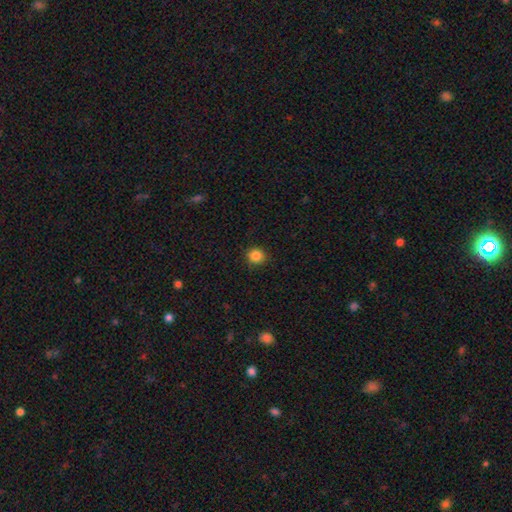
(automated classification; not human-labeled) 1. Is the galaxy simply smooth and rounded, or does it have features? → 85% smooth, 11% star or artifact, 4% featured or disk.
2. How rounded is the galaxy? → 86% round, 13% in between, 1% cigar-shaped.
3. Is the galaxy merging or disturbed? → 88% none, 9% minor disturbance, 2% major disturbance, 1% merger.